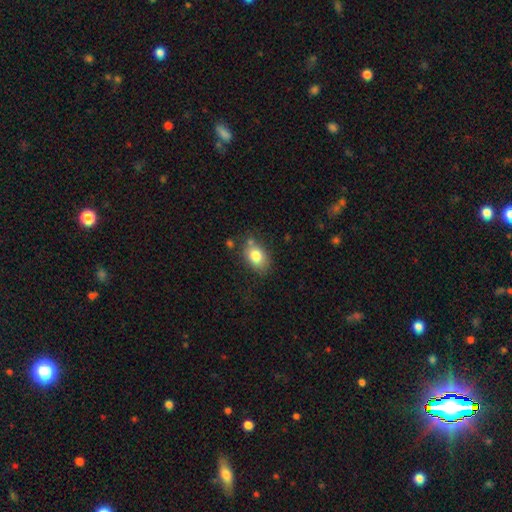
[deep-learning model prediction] smooth_or_featured: smooth (p=0.80) [alt: featured or disk p=0.11]
how_rounded: in between (p=0.77) [alt: round p=0.22]
merging: none (p=0.69) [alt: minor disturbance p=0.19]